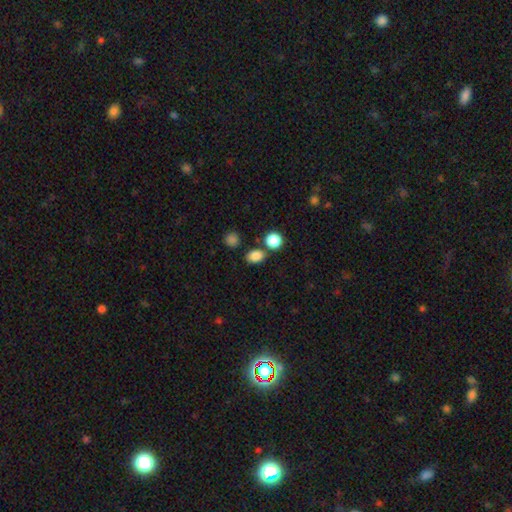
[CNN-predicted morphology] Smooth or featured? smooth (83%)
How rounded? in between (58%)
Merging? none (75%)